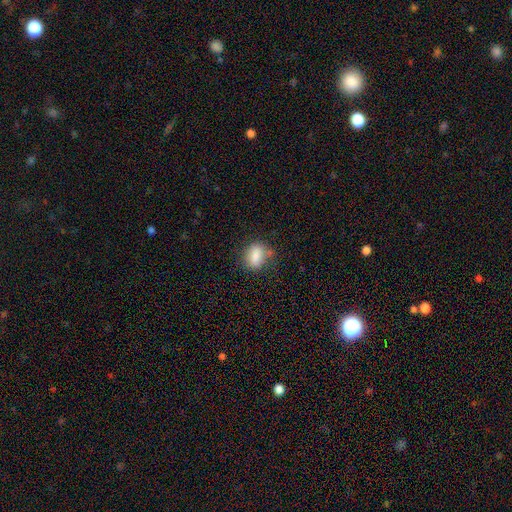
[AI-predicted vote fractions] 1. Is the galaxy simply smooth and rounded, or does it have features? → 83% smooth, 9% featured or disk, 8% star or artifact.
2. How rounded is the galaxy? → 72% in between, 24% round, 4% cigar-shaped.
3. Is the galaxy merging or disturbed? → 68% none, 21% minor disturbance, 7% major disturbance, 4% merger.